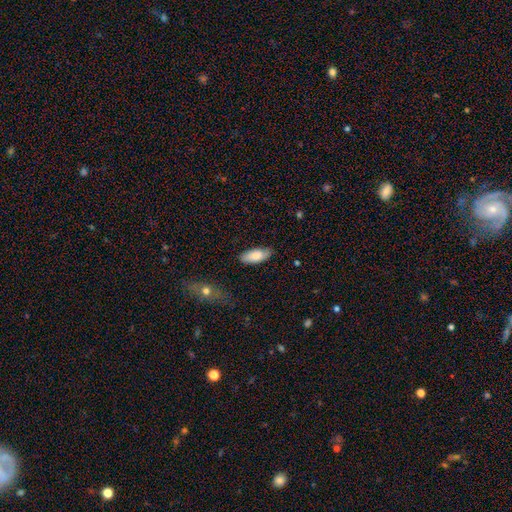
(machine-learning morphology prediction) This appears to be a smooth galaxy with no disk features (82%) that is in between round and cigar-shaped (84%). Merging: none (74%).